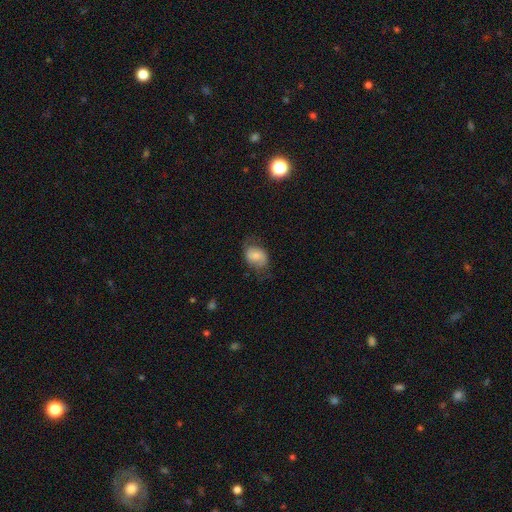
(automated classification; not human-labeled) Smooth or featured? smooth (64%)
How rounded? in between (73%)
Merging? none (56%)